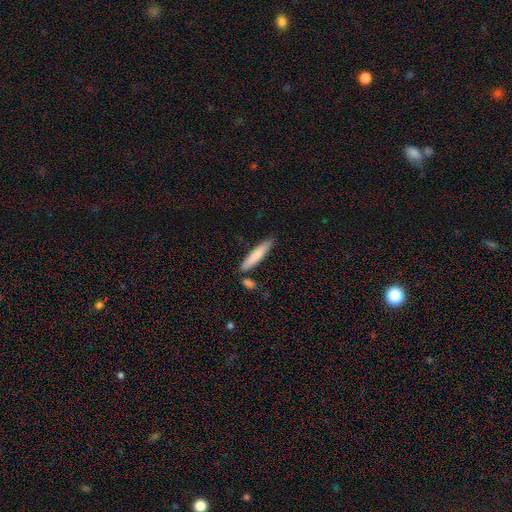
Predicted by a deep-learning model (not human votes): The model was most divided on "smooth or featured": smooth: 77%, featured or disk: 18%, star or artifact: 5%. More confident: how rounded — cigar-shaped (88%); merging — none (82%).